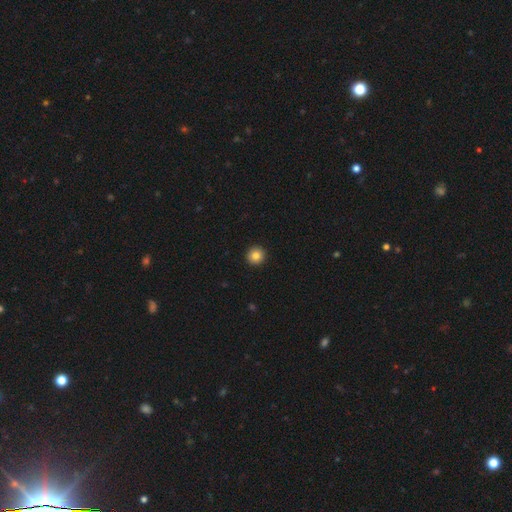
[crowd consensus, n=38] This is clearly a smooth galaxy (89%). How rounded: clearly round (100%). Merging: clearly none (97%).